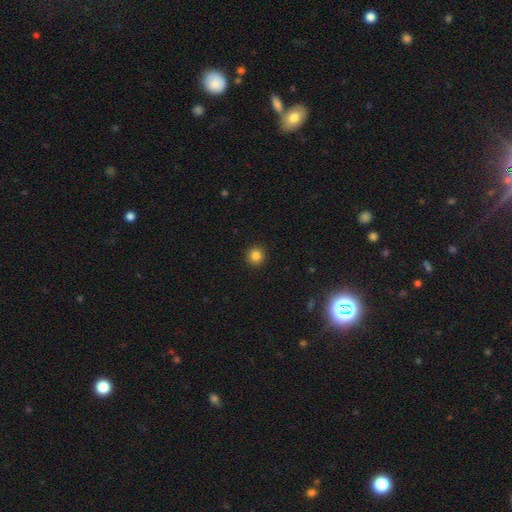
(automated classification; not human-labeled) A smooth galaxy with no disk features (85%) that is round (94%). Merging: none (93%).